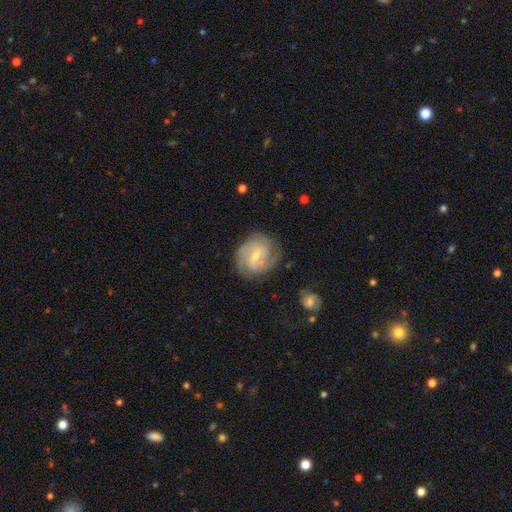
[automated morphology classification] Q: Smooth or featured?
A: featured or disk (76%); runner-up: smooth (17%)
Q: Edge-on disk?
A: no (97%); runner-up: yes (3%)
Q: Bar?
A: weak (58%); runner-up: no (24%)
Q: Spiral arms?
A: yes (92%); runner-up: no (8%)
Q: Spiral winding?
A: tight (49%); runner-up: medium (39%)
Q: Spiral arm count?
A: 2 (38%); runner-up: can't tell (27%)
Q: Bulge size?
A: small (64%); runner-up: moderate (30%)
Q: Merging?
A: none (70%); runner-up: minor disturbance (19%)